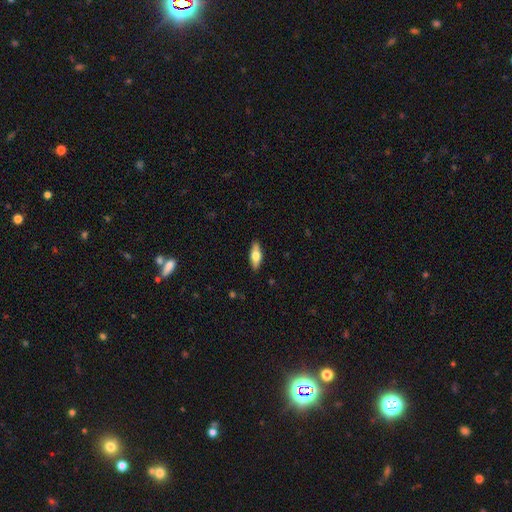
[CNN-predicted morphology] type=smooth (57%); roundness=in between (63%); merging=none (87%).